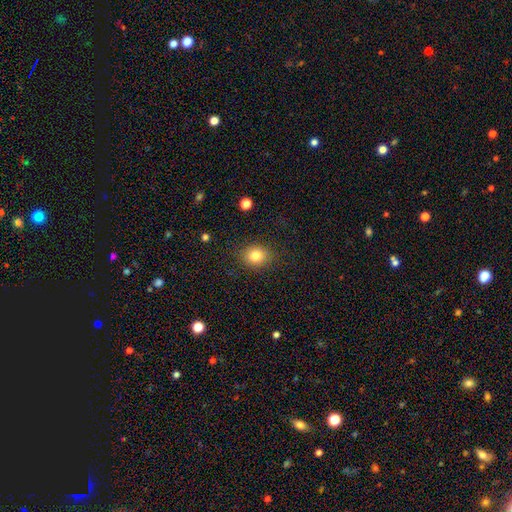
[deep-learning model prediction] smooth-or-featured: smooth: 81% | star or artifact: 11% | featured or disk: 8%
  how-rounded: round: 65% | in between: 35% | cigar-shaped: 1%
  merging: none: 86% | minor disturbance: 9% | major disturbance: 3% | merger: 1%